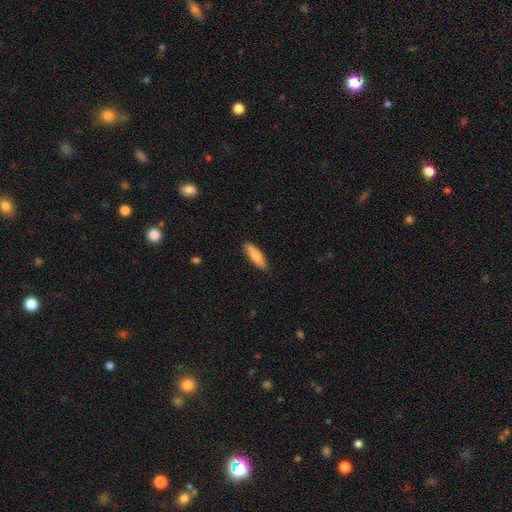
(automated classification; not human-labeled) smooth_or_featured: smooth (p=0.77) [alt: featured or disk p=0.18]
how_rounded: cigar-shaped (p=0.50) [alt: in between p=0.49]
merging: none (p=0.88) [alt: minor disturbance p=0.09]